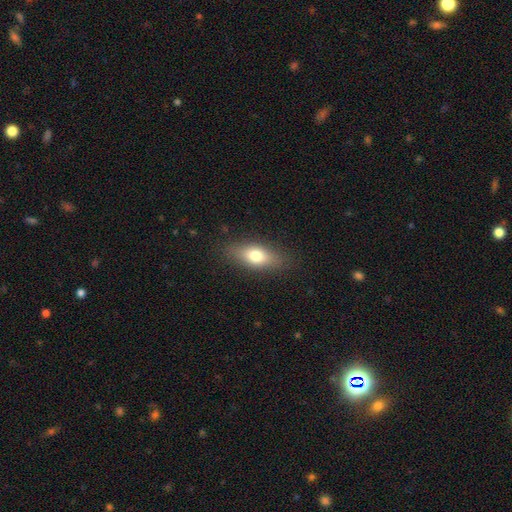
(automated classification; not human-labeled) smooth 72%, featured or disk 20%, star or artifact 8%. Down the decision tree: how rounded — in between (73%); merging — none (84%).